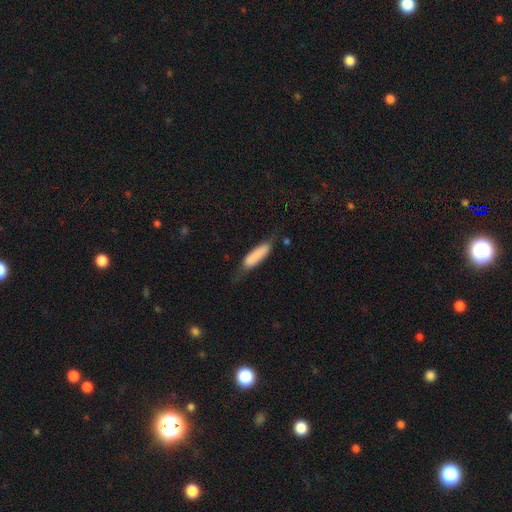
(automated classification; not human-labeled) Smooth or featured? Predicted: smooth (p=0.81). How rounded? Predicted: cigar-shaped (p=0.63). Merging? Predicted: none (p=0.55).